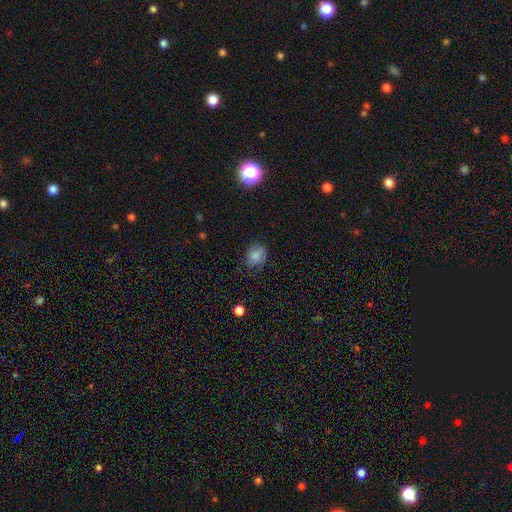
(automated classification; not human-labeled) Morphology: type=smooth (81%); roundness=in between (50%); merging=none (73%).